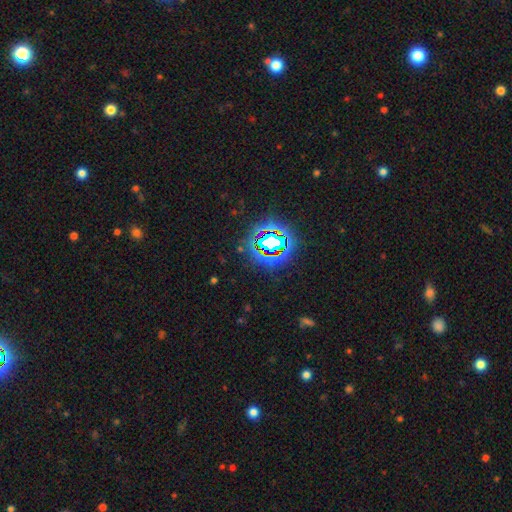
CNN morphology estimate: Smooth or featured: star or artifact — 82% (smooth — 11%)